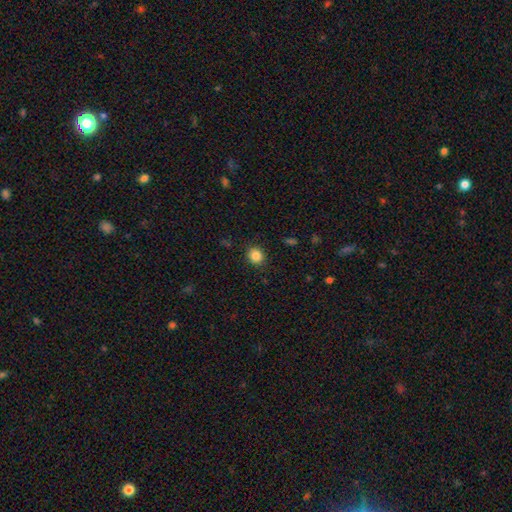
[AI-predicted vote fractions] smooth 85%, star or artifact 11%, featured or disk 4%. Down the decision tree: how rounded — round (81%); merging — none (90%).